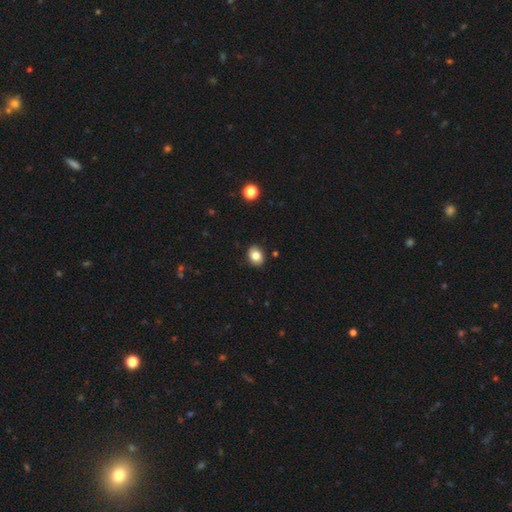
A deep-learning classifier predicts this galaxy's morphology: This is clearly a smooth galaxy (84%). How rounded: possibly in between (59%). Merging: clearly none (89%).